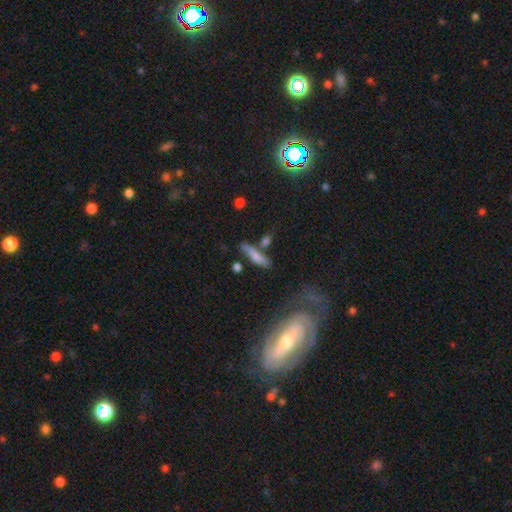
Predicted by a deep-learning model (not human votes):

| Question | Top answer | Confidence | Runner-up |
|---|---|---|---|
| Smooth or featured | smooth | 69% | featured or disk (23%) |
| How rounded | cigar-shaped | 78% | in between (19%) |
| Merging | none | 63% | minor disturbance (16%) |